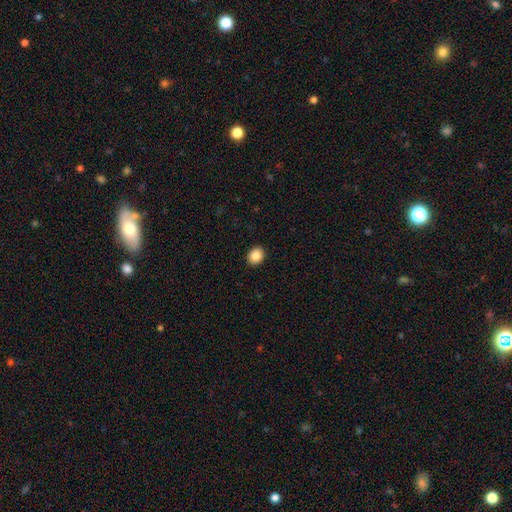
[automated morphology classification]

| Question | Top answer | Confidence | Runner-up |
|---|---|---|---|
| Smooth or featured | smooth | 86% | star or artifact (9%) |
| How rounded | round | 61% | in between (38%) |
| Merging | none | 92% | minor disturbance (5%) |